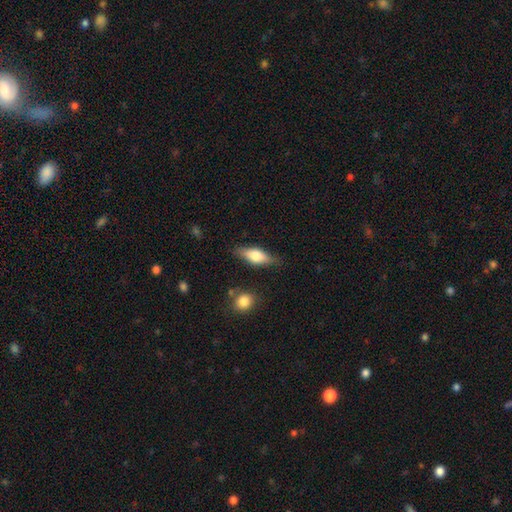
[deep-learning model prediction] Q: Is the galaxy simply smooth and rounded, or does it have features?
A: smooth — 59%.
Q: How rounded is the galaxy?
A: in between — 64%.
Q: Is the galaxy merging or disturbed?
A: none — 80%.